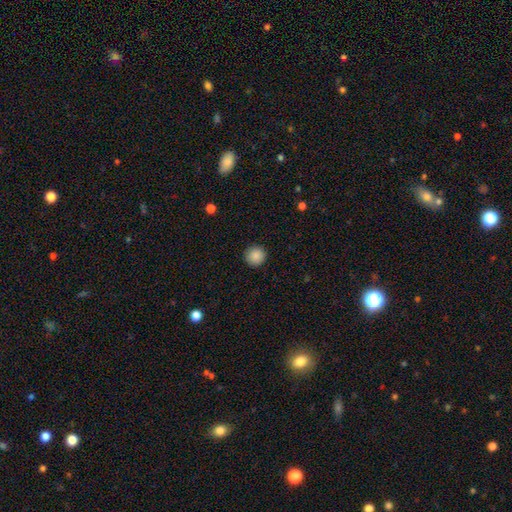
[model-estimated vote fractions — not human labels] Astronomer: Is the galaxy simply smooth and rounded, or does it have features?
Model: smooth — 88%.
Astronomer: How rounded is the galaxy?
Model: round — 95%.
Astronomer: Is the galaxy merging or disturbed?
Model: none — 91%.